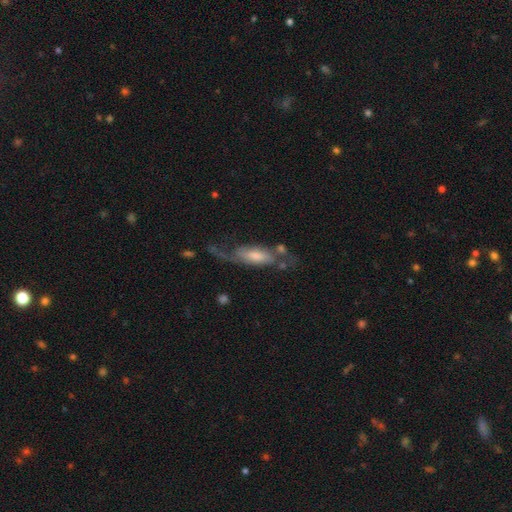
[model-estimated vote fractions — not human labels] This appears to be a featured or disk galaxy (58%). Merging: none (40%).